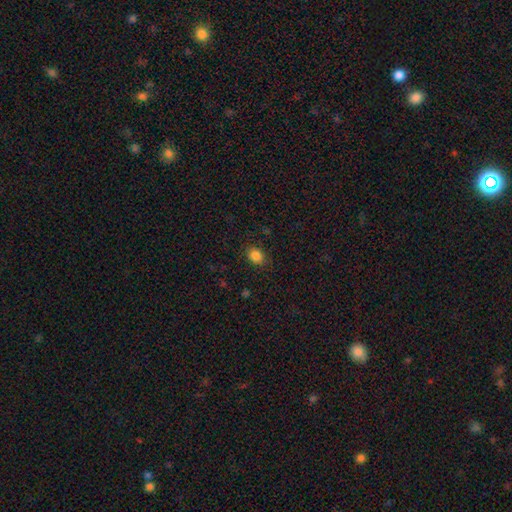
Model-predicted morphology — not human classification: The model was most divided on "how rounded": in between: 53%, round: 46%, cigar-shaped: 1%. More confident: smooth or featured — smooth (85%); merging — none (84%).